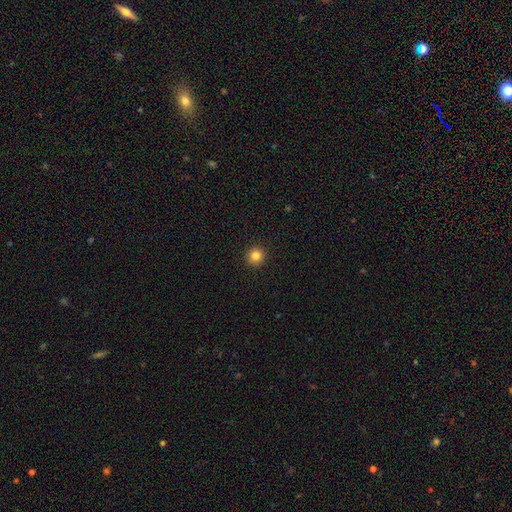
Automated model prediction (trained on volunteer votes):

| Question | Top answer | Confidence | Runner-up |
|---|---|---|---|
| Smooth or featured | smooth | 84% | star or artifact (11%) |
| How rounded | round | 95% | in between (4%) |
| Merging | none | 93% | minor disturbance (4%) |